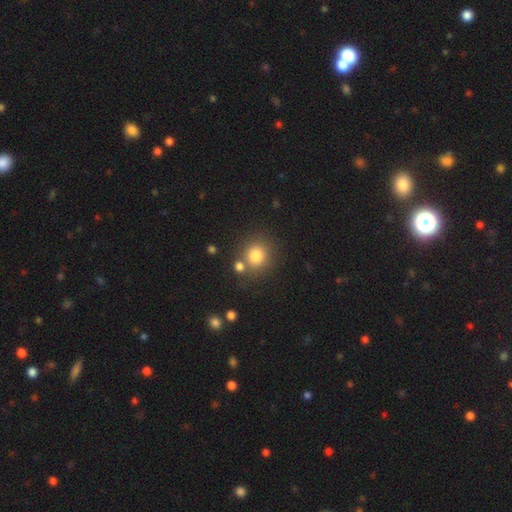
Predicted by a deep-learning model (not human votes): smooth-or-featured: smooth: 81% | star or artifact: 12% | featured or disk: 8%
  how-rounded: round: 86% | in between: 13% | cigar-shaped: 1%
  merging: none: 71% | merger: 15% | minor disturbance: 10% | major disturbance: 4%